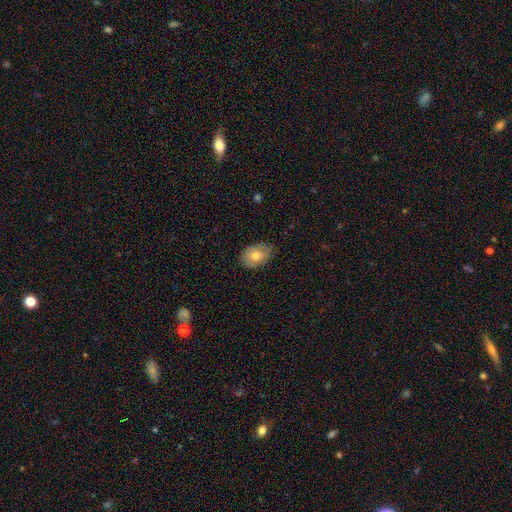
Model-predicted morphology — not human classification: Smooth or featured?
  - smooth: 73% *
  - featured or disk: 20%
  - star or artifact: 7%
How rounded?
  - in between: 80% *
  - round: 18%
  - cigar-shaped: 1%
Merging?
  - none: 75% *
  - minor disturbance: 21%
  - major disturbance: 3%
  - merger: 1%